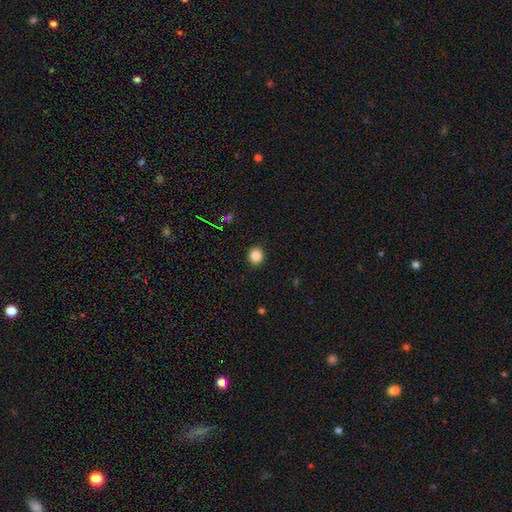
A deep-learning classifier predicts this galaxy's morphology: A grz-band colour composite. It shows a smooth galaxy with no disk features (84%) that is round (84%). Merging: none (91%).